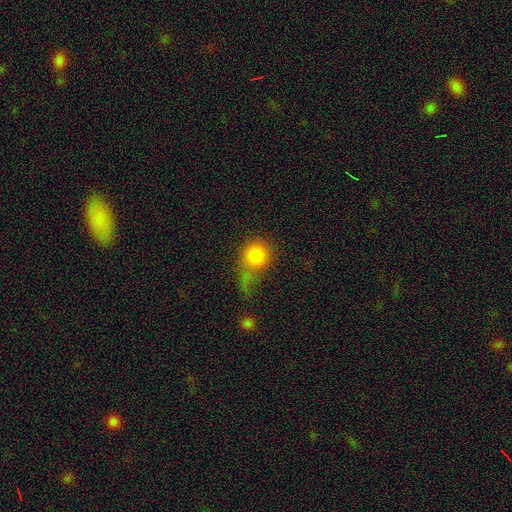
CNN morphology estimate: A smooth galaxy with no disk features (81%) that is round (77%).

Vote fractions:
- Smooth or featured? smooth: 81% / star or artifact: 11% / featured or disk: 9%
- How rounded? round: 77% / in between: 21% / cigar-shaped: 2%
- Merging? none: 32% / major disturbance: 26% / merger: 24% / minor disturbance: 18%